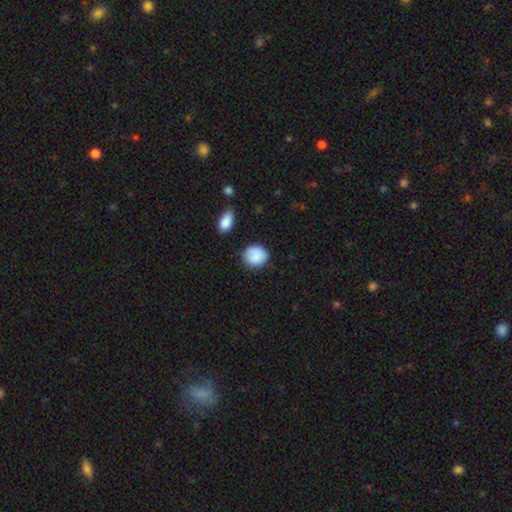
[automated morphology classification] type=smooth (86%); roundness=round (80%); merging=none (77%).